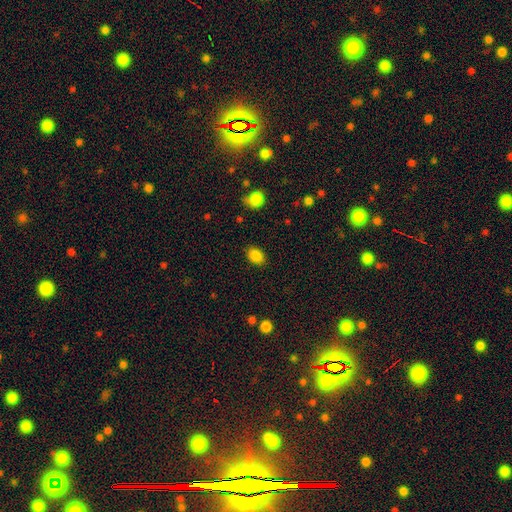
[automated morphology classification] smooth_or_featured: smooth (p=0.87) [alt: star or artifact p=0.09]
how_rounded: in between (p=0.78) [alt: round p=0.21]
merging: none (p=0.87) [alt: minor disturbance p=0.09]